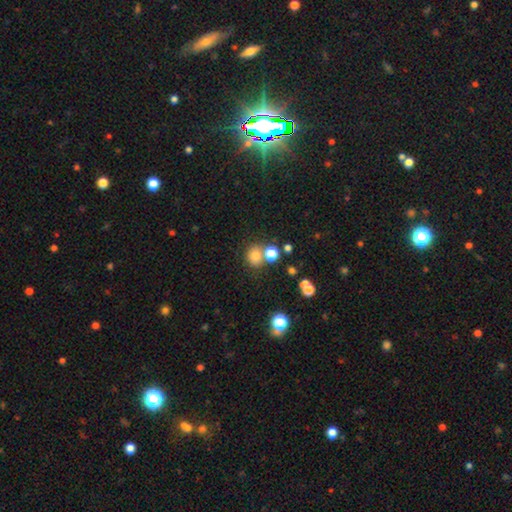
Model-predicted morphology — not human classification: A smooth galaxy with no disk features (77%) that is round (77%).

Vote fractions:
- Smooth or featured? smooth: 77% / star or artifact: 15% / featured or disk: 8%
- How rounded? round: 77% / in between: 22% / cigar-shaped: 1%
- Merging? none: 61% / merger: 25% / minor disturbance: 10% / major disturbance: 4%